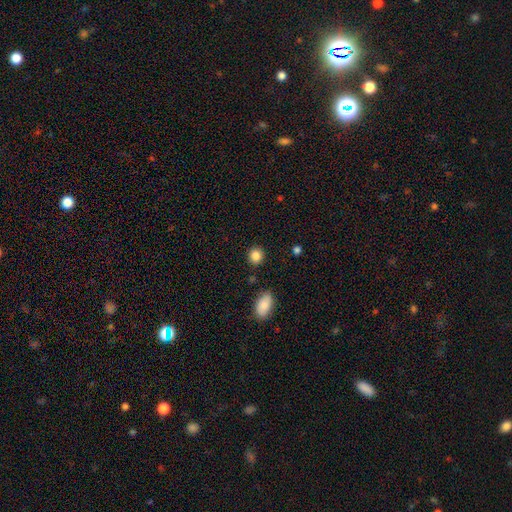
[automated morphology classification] smooth-or-featured: smooth: 86% | star or artifact: 9% | featured or disk: 4%
  how-rounded: round: 82% | in between: 16% | cigar-shaped: 1%
  merging: none: 87% | minor disturbance: 8% | merger: 3% | major disturbance: 3%